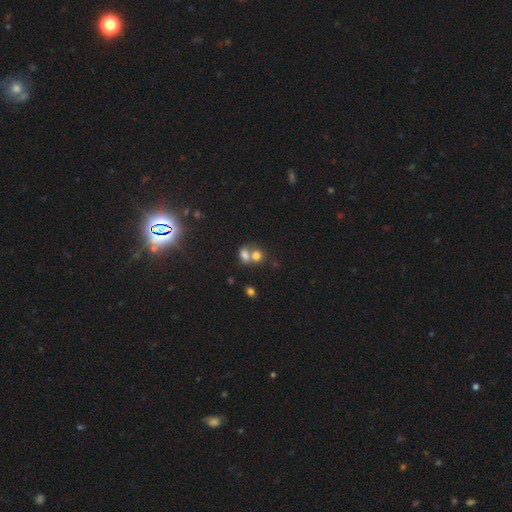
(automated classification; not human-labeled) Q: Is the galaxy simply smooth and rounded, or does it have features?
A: smooth — 74%.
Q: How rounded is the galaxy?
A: round — 58%.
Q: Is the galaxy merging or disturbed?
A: merger — 57%.